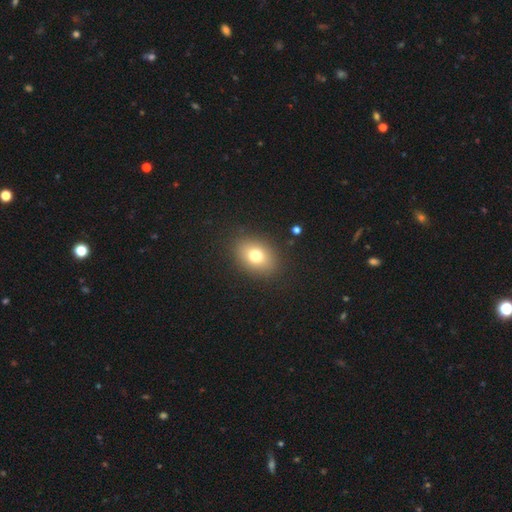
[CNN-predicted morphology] This is likely a smooth galaxy (76%). How rounded: likely in between (71%). Merging: clearly none (88%).